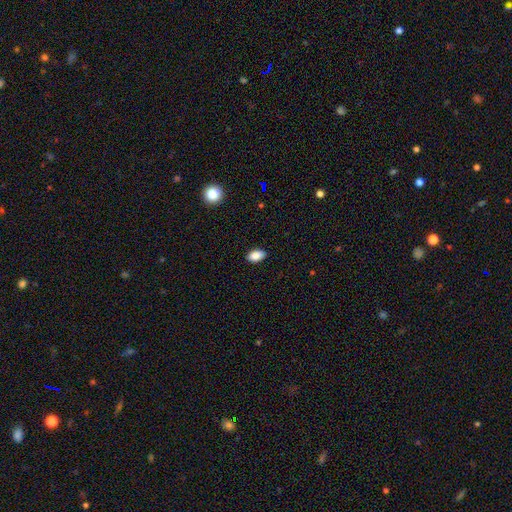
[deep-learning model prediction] Morphology: type=smooth (88%); roundness=in between (92%); merging=none (88%).